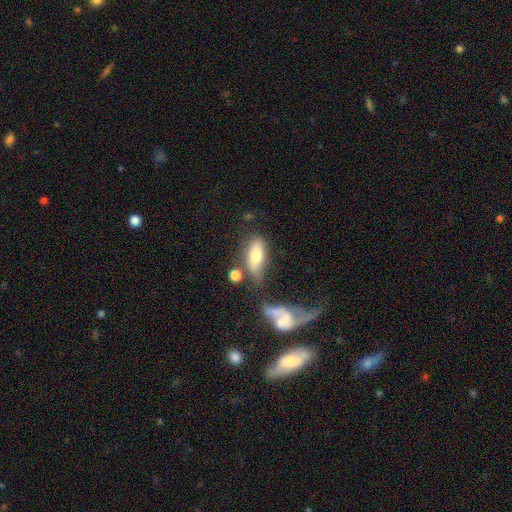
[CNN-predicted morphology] Q: Smooth or featured?
A: smooth (65%); runner-up: featured or disk (27%)
Q: How rounded?
A: in between (74%); runner-up: cigar-shaped (22%)
Q: Merging?
A: none (51%); runner-up: minor disturbance (20%)